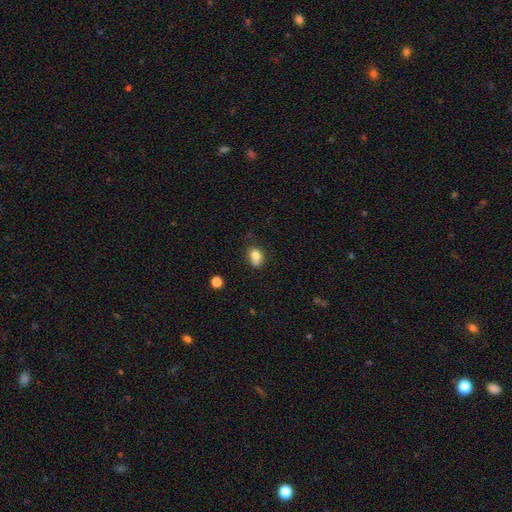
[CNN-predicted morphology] The model was most divided on "how rounded": in between: 61%, round: 38%, cigar-shaped: 1%. More confident: smooth or featured — smooth (78%); merging — none (54%).